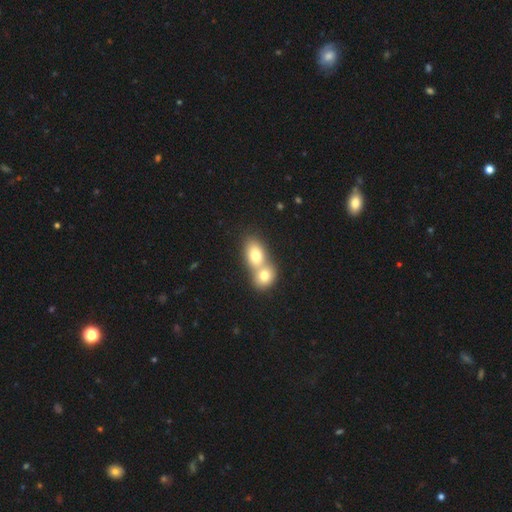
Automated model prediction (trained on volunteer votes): A smooth galaxy with no disk features (74%) that is in between round and cigar-shaped (71%).

Vote fractions:
- Smooth or featured? smooth: 74% / featured or disk: 17% / star or artifact: 9%
- How rounded? in between: 71% / round: 28% / cigar-shaped: 2%
- Merging? merger: 71% / none: 22% / minor disturbance: 5% / major disturbance: 2%